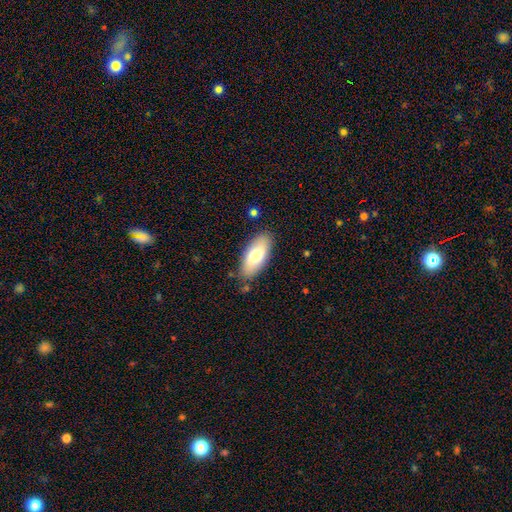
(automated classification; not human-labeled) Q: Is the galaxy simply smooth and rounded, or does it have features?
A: smooth — 71%.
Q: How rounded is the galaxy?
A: in between — 87%.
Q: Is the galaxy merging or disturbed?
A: none — 84%.